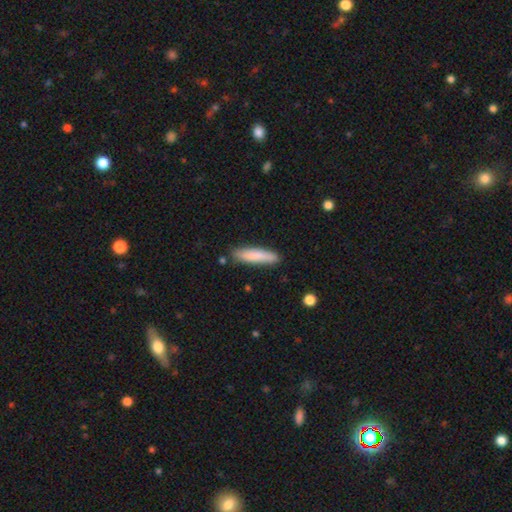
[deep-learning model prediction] Q: Smooth or featured?
A: smooth (82%); runner-up: featured or disk (13%)
Q: How rounded?
A: cigar-shaped (85%); runner-up: in between (14%)
Q: Merging?
A: none (83%); runner-up: minor disturbance (13%)